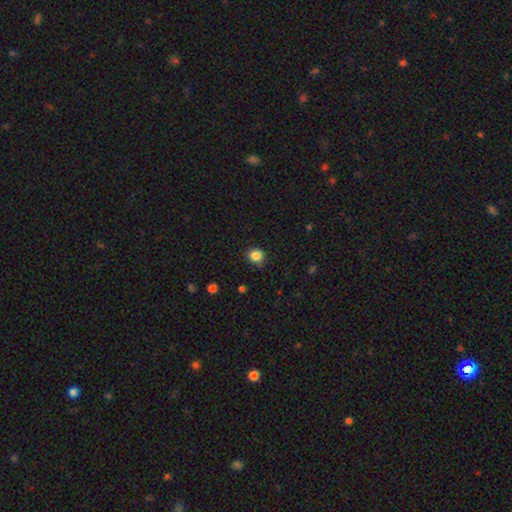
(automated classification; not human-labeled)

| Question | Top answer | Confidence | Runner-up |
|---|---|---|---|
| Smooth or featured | smooth | 86% | star or artifact (11%) |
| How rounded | round | 78% | in between (21%) |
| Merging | none | 84% | minor disturbance (12%) |